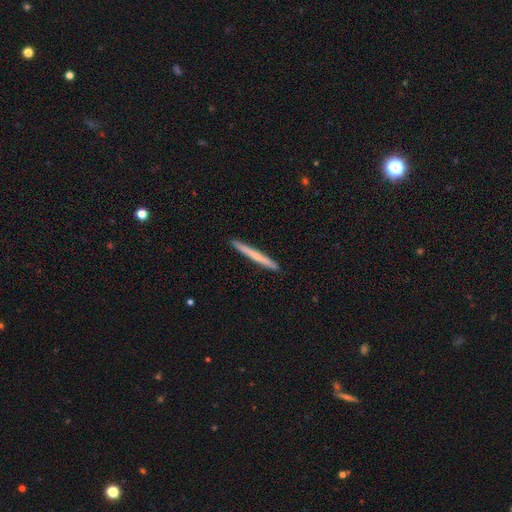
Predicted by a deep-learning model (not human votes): smooth 56%, featured or disk 38%, star or artifact 6%. Down the decision tree: how rounded — cigar-shaped (97%); merging — none (92%).